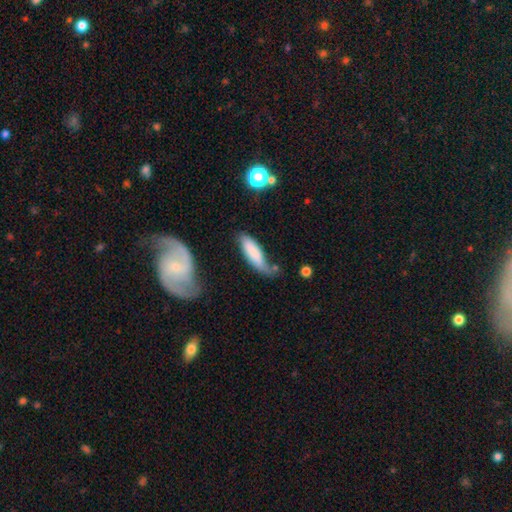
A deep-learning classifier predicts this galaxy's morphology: This appears to be a smooth galaxy with no disk features (80%) that is in between round and cigar-shaped (53%). Merging: none (43%).